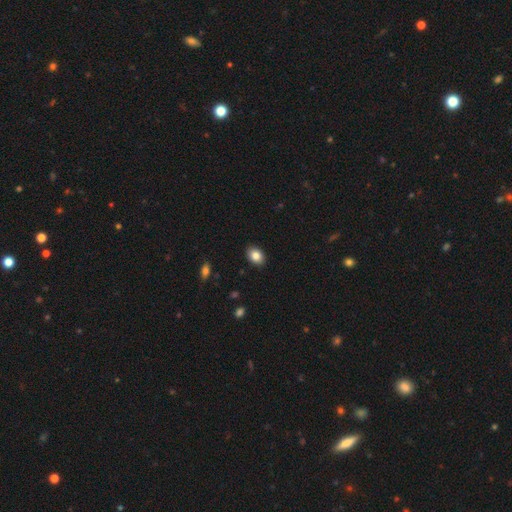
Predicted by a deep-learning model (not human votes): A smooth galaxy with no disk features (84%) that is in between round and cigar-shaped (76%). Merging: none (89%).